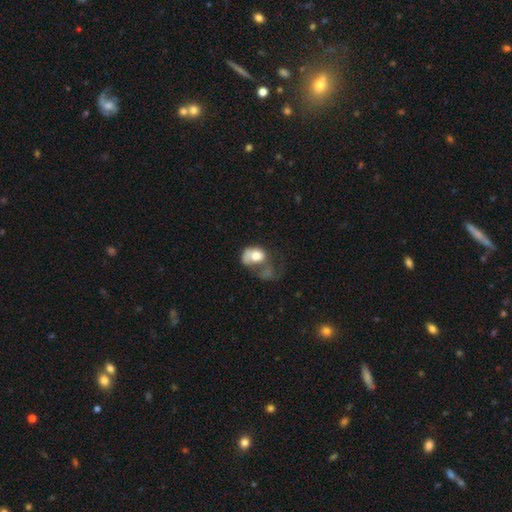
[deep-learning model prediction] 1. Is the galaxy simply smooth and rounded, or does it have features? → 63% smooth, 29% featured or disk, 8% star or artifact.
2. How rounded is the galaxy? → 65% in between, 34% round, 1% cigar-shaped.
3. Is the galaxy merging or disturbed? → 51% major disturbance, 20% merger, 15% minor disturbance, 14% none.